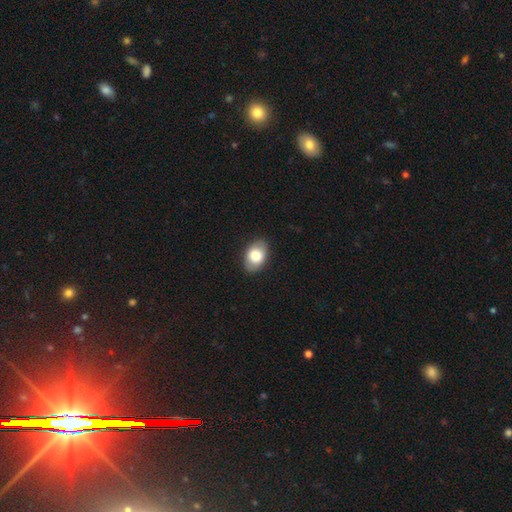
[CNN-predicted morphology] Q: Smooth or featured?
A: smooth (80%); runner-up: featured or disk (13%)
Q: How rounded?
A: in between (85%); runner-up: round (14%)
Q: Merging?
A: none (87%); runner-up: minor disturbance (10%)